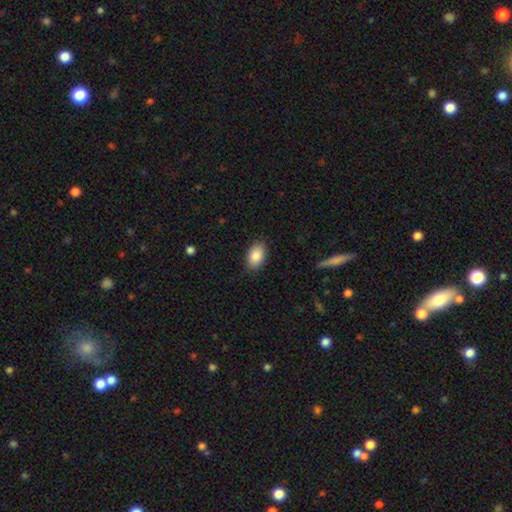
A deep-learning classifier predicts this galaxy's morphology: type=smooth (87%); roundness=in between (91%); merging=none (86%).